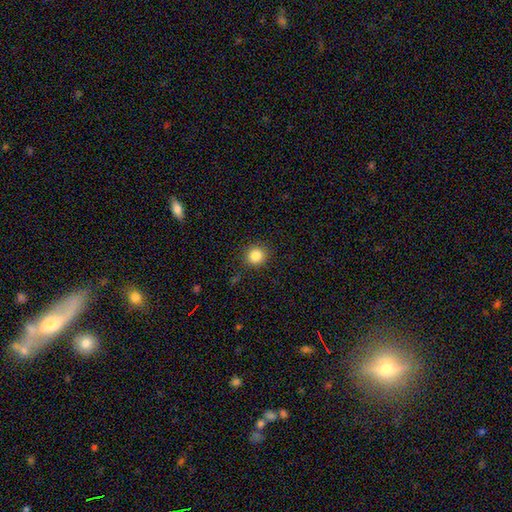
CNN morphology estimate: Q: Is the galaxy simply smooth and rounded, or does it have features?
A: smooth — 85%.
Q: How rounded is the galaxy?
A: round — 87%.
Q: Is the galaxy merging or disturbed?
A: none — 89%.